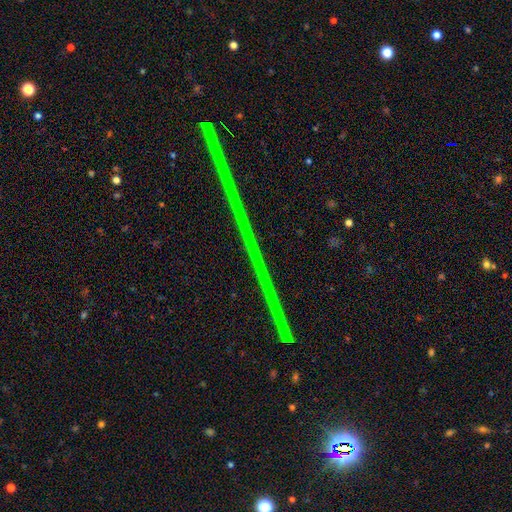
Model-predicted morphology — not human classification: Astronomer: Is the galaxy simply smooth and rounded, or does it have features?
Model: star or artifact — 83%.